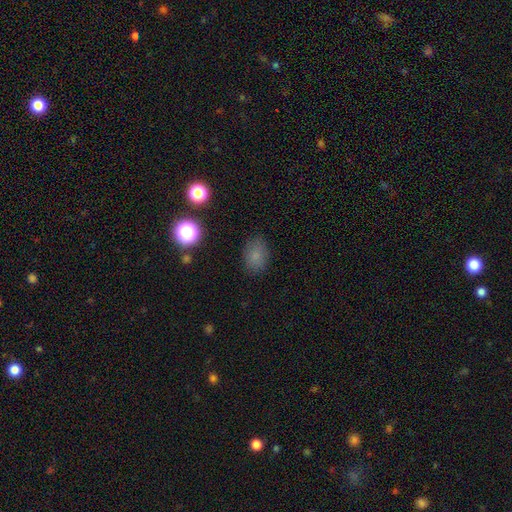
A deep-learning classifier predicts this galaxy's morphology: This is likely a smooth galaxy (79%). How rounded: likely in between (71%). Merging: clearly none (81%).